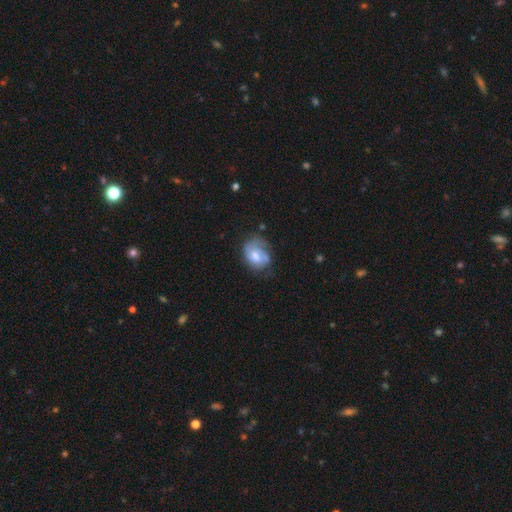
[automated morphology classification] Overall: featured or disk (49%; smooth 43%). Merging: none (45%; minor disturbance 30%).